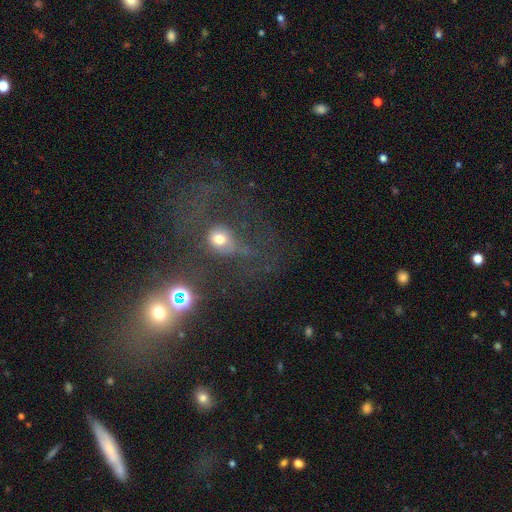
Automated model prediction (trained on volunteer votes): Smooth or featured?
  - star or artifact: 36% *
  - featured or disk: 35%
  - smooth: 29%